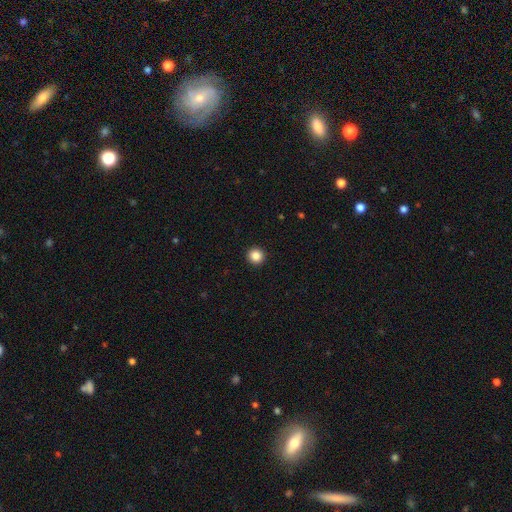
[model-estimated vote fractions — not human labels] Smooth or featured: smooth — 86% (star or artifact — 10%)
How rounded: round — 96% (in between — 3%)
Merging: none — 94% (minor disturbance — 4%)